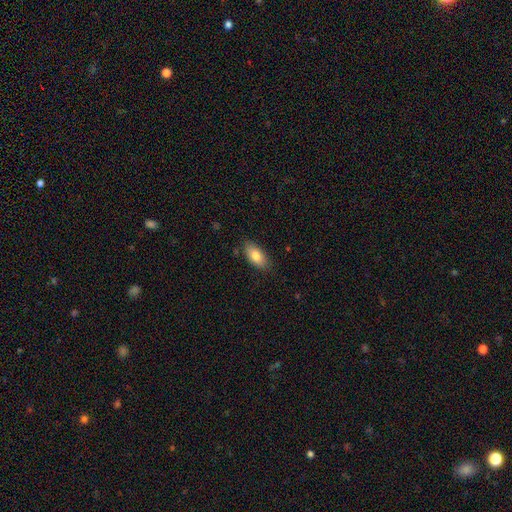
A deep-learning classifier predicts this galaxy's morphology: A smooth galaxy with no disk features (82%) that is in between round and cigar-shaped (90%).

Vote fractions:
- Smooth or featured? smooth: 82% / featured or disk: 11% / star or artifact: 7%
- How rounded? in between: 90% / cigar-shaped: 7% / round: 3%
- Merging? none: 82% / minor disturbance: 14% / major disturbance: 3% / merger: 1%